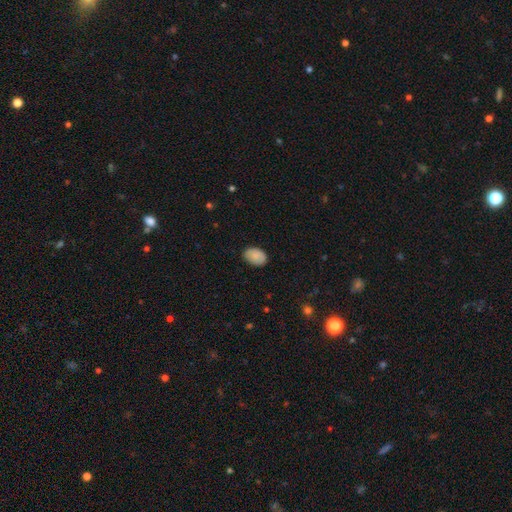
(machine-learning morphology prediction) smooth-or-featured: smooth: 88% | star or artifact: 7% | featured or disk: 5%
  how-rounded: in between: 85% | round: 14% | cigar-shaped: 1%
  merging: none: 84% | minor disturbance: 12% | major disturbance: 2% | merger: 1%